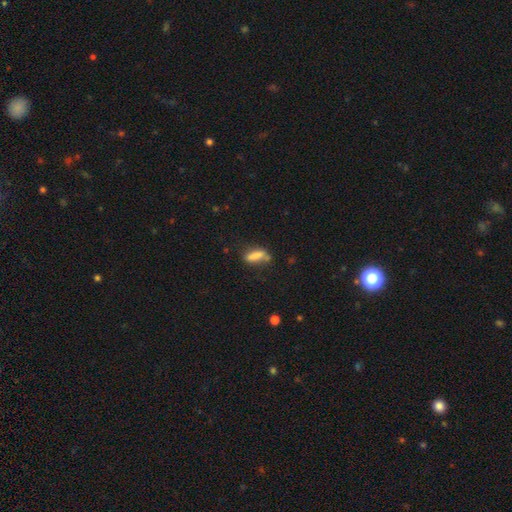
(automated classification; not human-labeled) smooth-or-featured: smooth: 77% | featured or disk: 13% | star or artifact: 9%
  how-rounded: in between: 55% | cigar-shaped: 42% | round: 3%
  merging: none: 56% | minor disturbance: 26% | major disturbance: 11% | merger: 8%